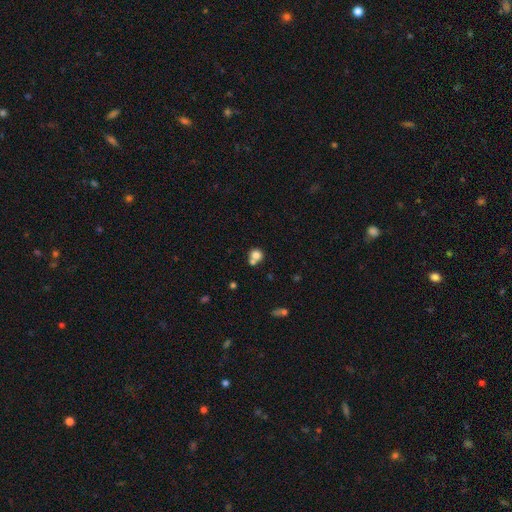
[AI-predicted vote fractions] Smooth or featured? smooth (78%)
How rounded? round (85%)
Merging? none (49%)